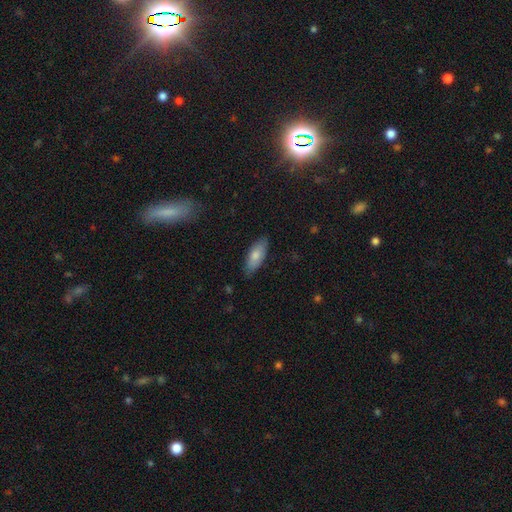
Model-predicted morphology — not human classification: smooth 77%, featured or disk 17%, star or artifact 6%. Down the decision tree: how rounded — in between (78%); merging — none (81%).